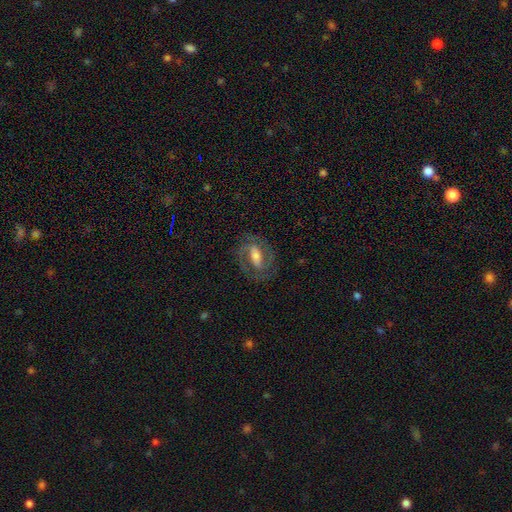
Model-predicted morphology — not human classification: Q: Smooth or featured?
A: featured or disk (79%); runner-up: smooth (15%)
Q: Edge-on disk?
A: no (95%); runner-up: yes (5%)
Q: Bar?
A: strong (46%); runner-up: weak (37%)
Q: Spiral arms?
A: yes (91%); runner-up: no (9%)
Q: Spiral winding?
A: medium (49%); runner-up: tight (39%)
Q: Spiral arm count?
A: 2 (88%); runner-up: can't tell (5%)
Q: Bulge size?
A: moderate (47%); runner-up: small (29%)
Q: Merging?
A: none (79%); runner-up: minor disturbance (13%)